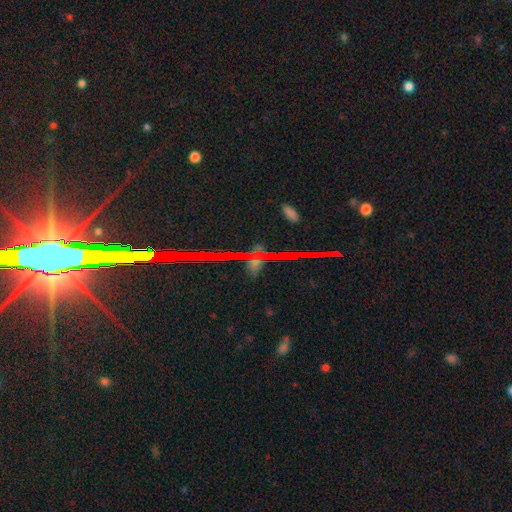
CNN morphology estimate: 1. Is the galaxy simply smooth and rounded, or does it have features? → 77% star or artifact, 15% featured or disk, 9% smooth.